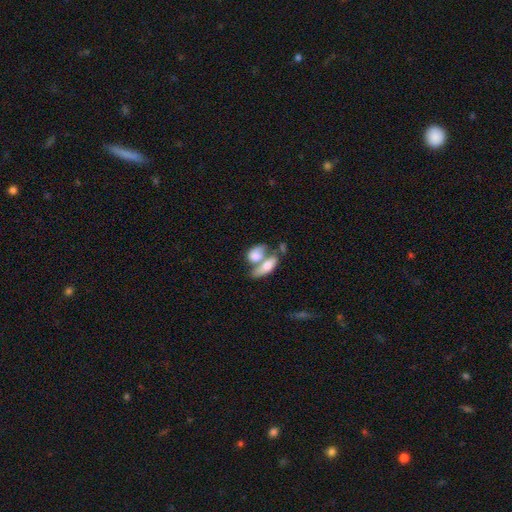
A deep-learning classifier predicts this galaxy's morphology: smooth_or_featured: smooth (p=0.68) [alt: featured or disk p=0.25]
how_rounded: in between (p=0.81) [alt: round p=0.14]
merging: merger (p=0.71) [alt: none p=0.16]